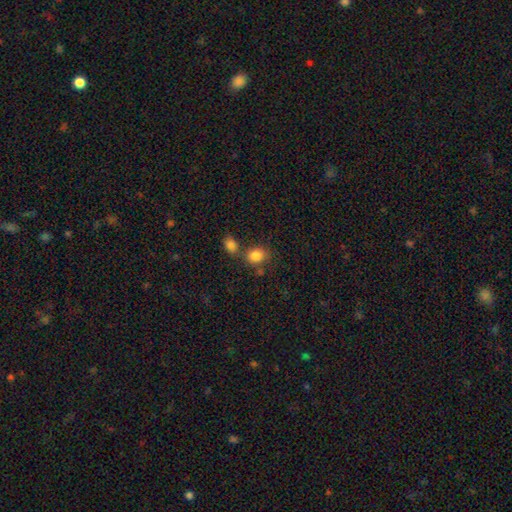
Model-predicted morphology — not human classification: type=smooth (84%); roundness=round (54%); merging=none (56%).